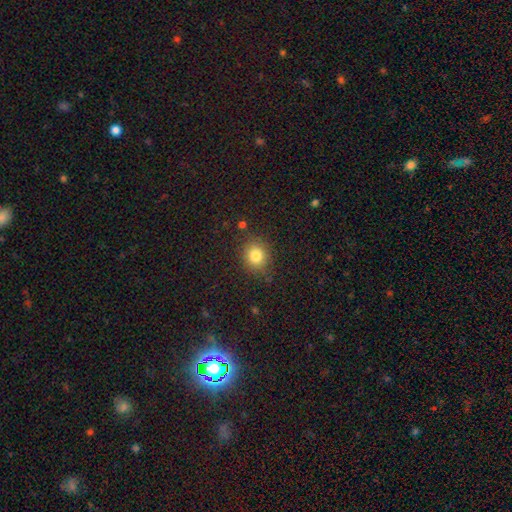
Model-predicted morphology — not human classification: smooth 81%, star or artifact 12%, featured or disk 6%. Down the decision tree: how rounded — round (75%); merging — none (82%).